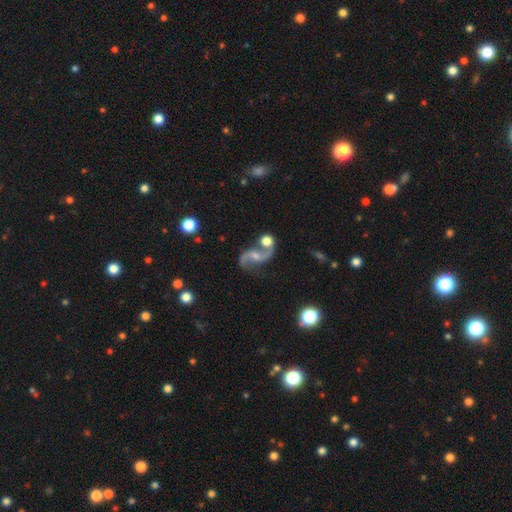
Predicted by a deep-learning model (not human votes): smooth_or_featured: featured or disk (p=0.87) [alt: smooth p=0.07]
disk_edge_on: no (p=0.97) [alt: yes p=0.03]
bar: no (p=0.49) [alt: weak p=0.40]
has_spiral_arms: yes (p=0.96) [alt: no p=0.04]
spiral_winding: loose (p=0.75) [alt: medium p=0.21]
spiral_arm_count: 2 (p=0.93) [alt: 1 p=0.02]
bulge_size: moderate (p=0.41) [alt: small p=0.40]
merging: none (p=0.56) [alt: merger p=0.24]